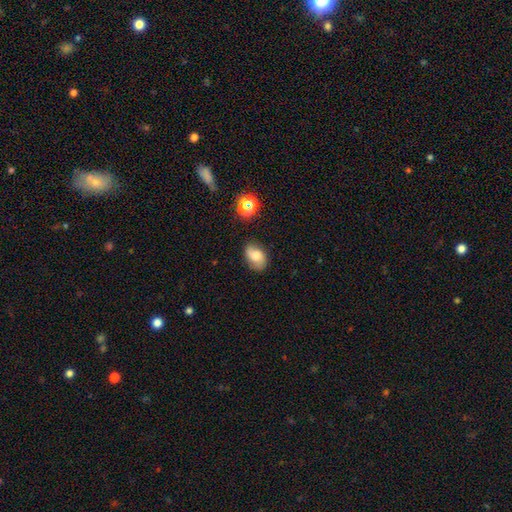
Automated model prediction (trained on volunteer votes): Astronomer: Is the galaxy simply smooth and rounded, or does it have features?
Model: smooth — 60%.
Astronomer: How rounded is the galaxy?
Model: in between — 80%.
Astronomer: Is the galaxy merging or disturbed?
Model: none — 71%.